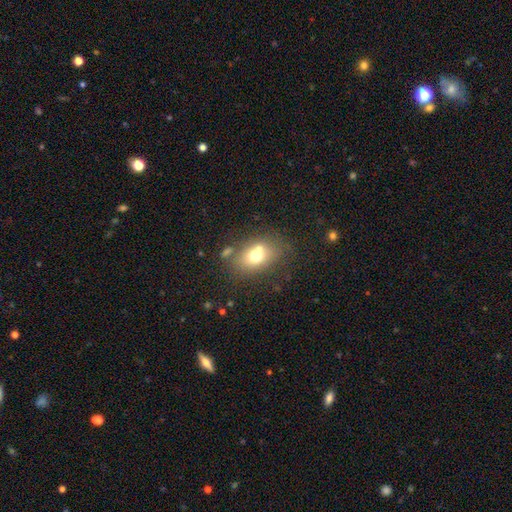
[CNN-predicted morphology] type=smooth (67%); roundness=in between (66%); merging=none (57%).